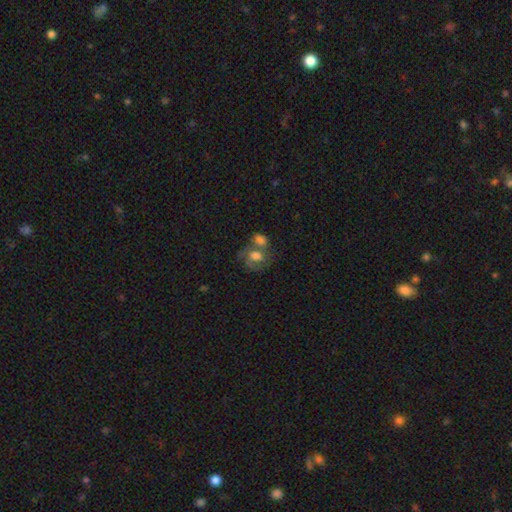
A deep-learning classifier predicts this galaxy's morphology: This is possibly a smooth galaxy (47%). Merging: possibly merger (47%).